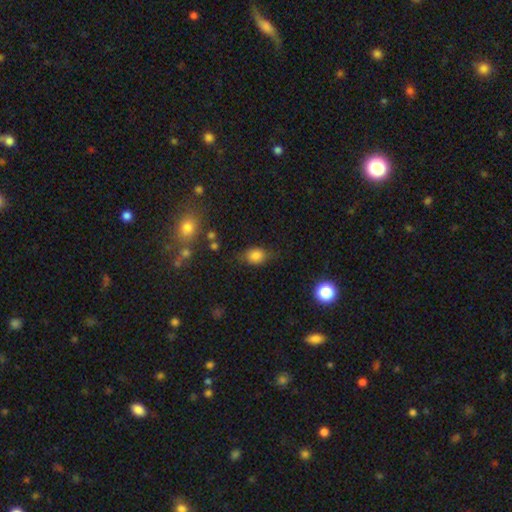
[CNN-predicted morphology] Smooth or featured? smooth (79%)
How rounded? in between (63%)
Merging? none (70%)